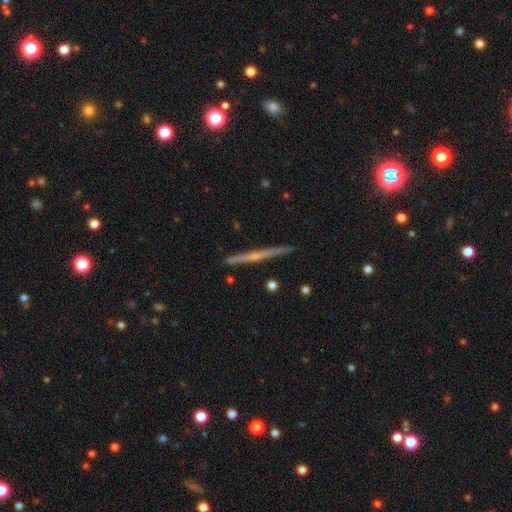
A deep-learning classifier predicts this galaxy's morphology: The model was most divided on "edge-on bulge": rounded: 49%, none: 45%, boxy: 7%. More confident: edge-on disk — yes (98%); merging — none (90%); smooth or featured — featured or disk (71%).